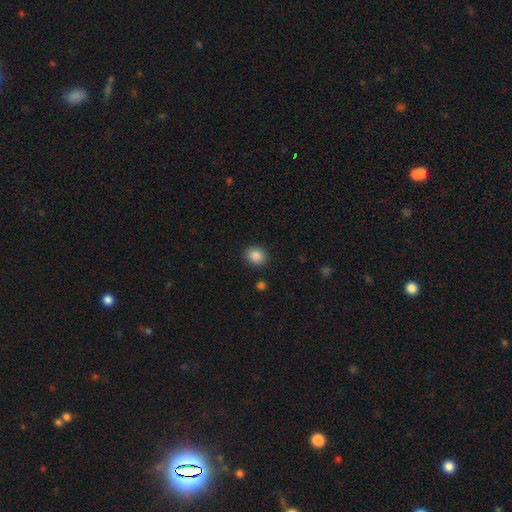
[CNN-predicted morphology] smooth 88%, star or artifact 9%, featured or disk 3%. Down the decision tree: how rounded — round (68%); merging — none (88%).